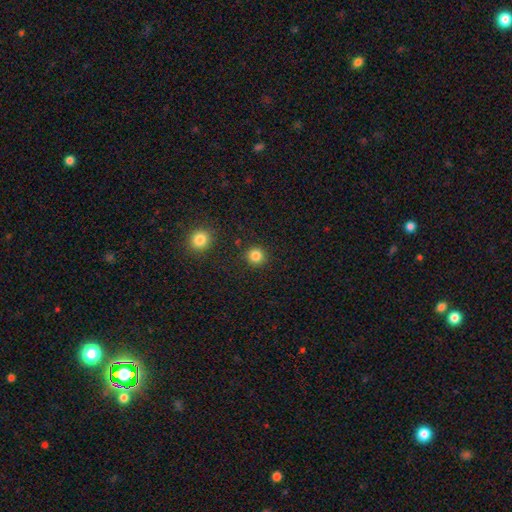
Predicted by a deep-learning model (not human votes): Smooth or featured? smooth (84%)
How rounded? round (94%)
Merging? none (90%)